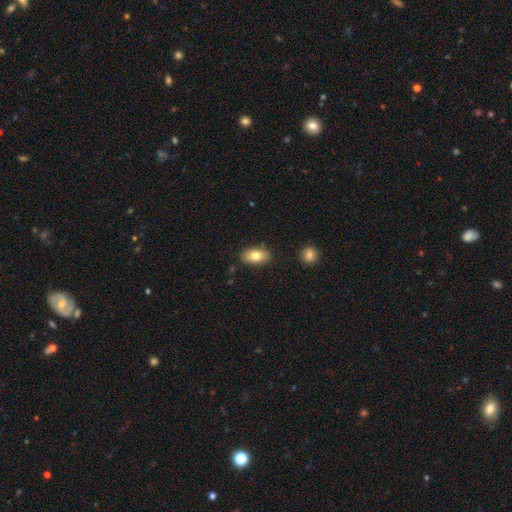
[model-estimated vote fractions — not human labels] Smooth or featured? smooth (81%)
How rounded? in between (91%)
Merging? none (85%)